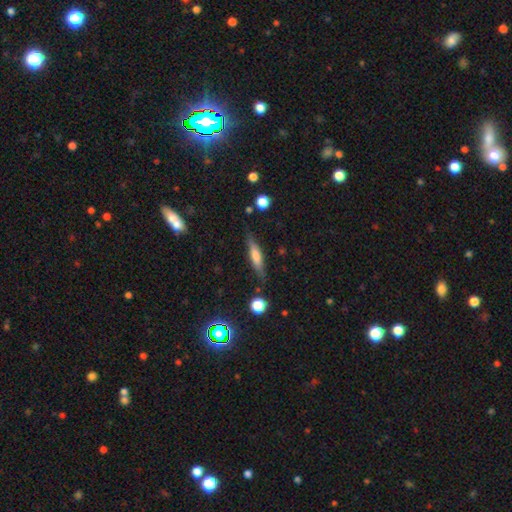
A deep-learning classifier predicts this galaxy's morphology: This appears to be a smooth galaxy with no disk features (55%) that is cigar-shaped (80%). Merging: none (82%).